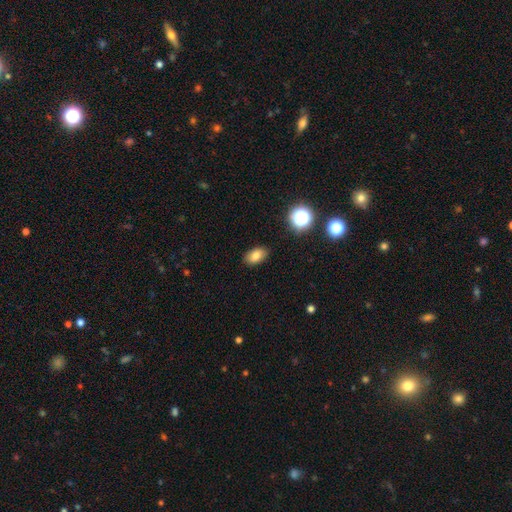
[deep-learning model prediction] smooth_or_featured: smooth (p=0.80) [alt: star or artifact p=0.12]
how_rounded: in between (p=0.88) [alt: round p=0.10]
merging: none (p=0.86) [alt: minor disturbance p=0.10]